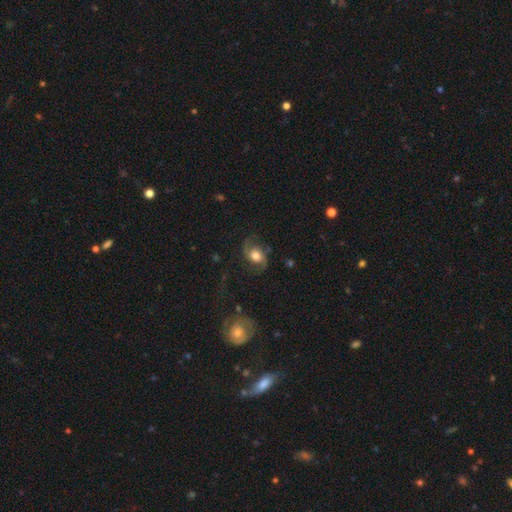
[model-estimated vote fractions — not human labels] Smooth or featured? Predicted: featured or disk (p=0.63). Edge-on disk? Predicted: no (p=0.97). Bar? Predicted: no (p=0.69). Spiral arms? Predicted: yes (p=0.90). Spiral winding? Predicted: loose (p=0.47). Spiral arm count? Predicted: 2 (p=0.89). Bulge size? Predicted: moderate (p=0.52). Merging? Predicted: none (p=0.68).